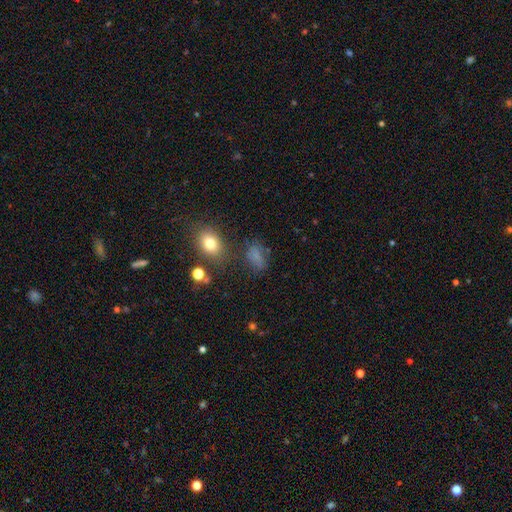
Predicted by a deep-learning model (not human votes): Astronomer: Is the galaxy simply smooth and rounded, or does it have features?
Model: smooth — 72%.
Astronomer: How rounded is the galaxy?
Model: in between — 80%.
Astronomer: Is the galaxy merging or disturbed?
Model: none — 60%.